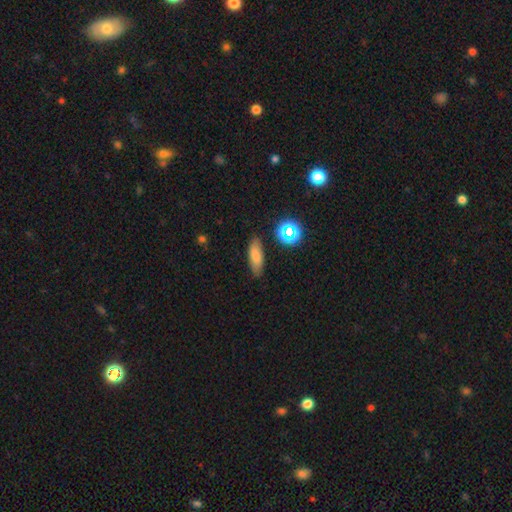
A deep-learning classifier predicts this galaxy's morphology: Smooth or featured?
  - smooth: 76% *
  - star or artifact: 12%
  - featured or disk: 12%
How rounded?
  - in between: 62% *
  - cigar-shaped: 33%
  - round: 4%
Merging?
  - none: 81% *
  - minor disturbance: 13%
  - major disturbance: 3%
  - merger: 2%